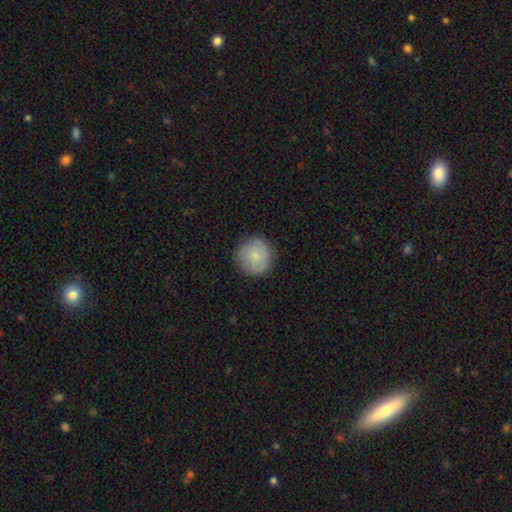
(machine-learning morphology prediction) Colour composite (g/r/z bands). It shows a smooth galaxy with no disk features (74%) that is round (94%). Merging: none (85%).